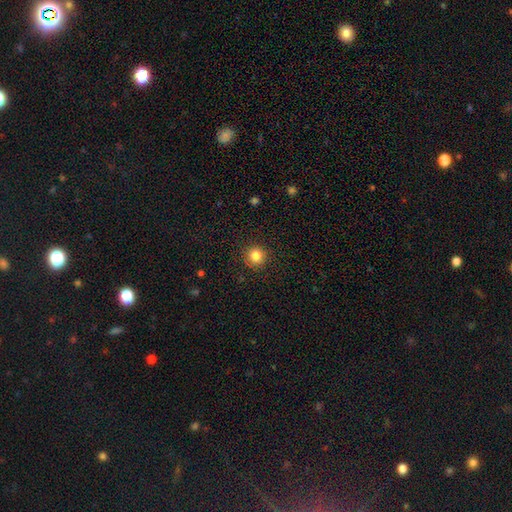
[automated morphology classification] Smooth or featured? smooth (83%)
How rounded? round (94%)
Merging? none (91%)